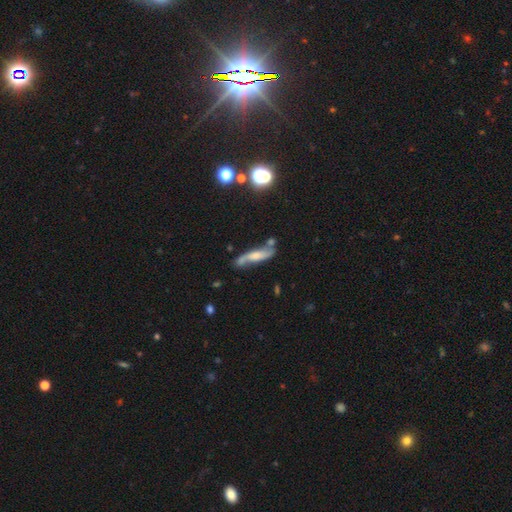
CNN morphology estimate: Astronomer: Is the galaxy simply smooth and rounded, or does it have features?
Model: featured or disk — 58% (runner-up: smooth, 34%).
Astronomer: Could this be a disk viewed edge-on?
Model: no — 66%.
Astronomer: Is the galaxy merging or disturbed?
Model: none — 58%.